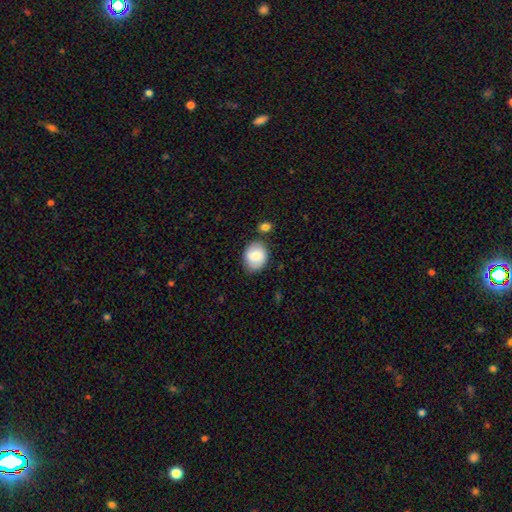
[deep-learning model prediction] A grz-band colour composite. It shows a smooth galaxy with no disk features (79%) that is in between round and cigar-shaped (50%). Merging: none (73%).